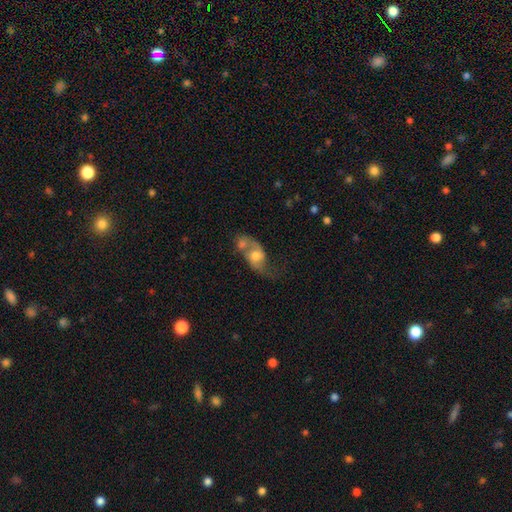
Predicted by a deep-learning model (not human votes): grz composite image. It shows a featured or disk galaxy (58%) with no bar (66%), spiral arms (75%) and a moderate central bulge (61%). Merging: merger (46%).